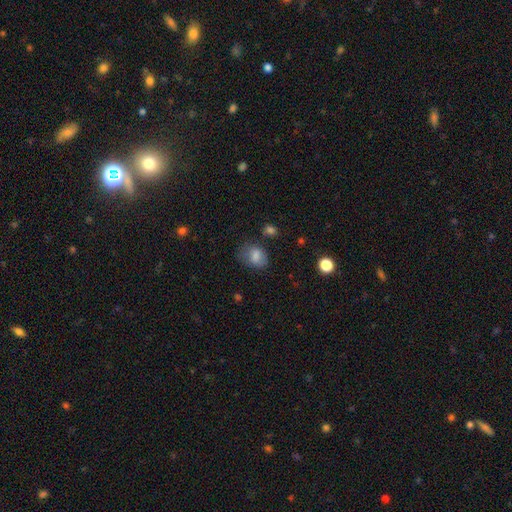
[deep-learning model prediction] A smooth galaxy with no disk features (78%) that is in between round and cigar-shaped (70%).

Vote fractions:
- Smooth or featured? smooth: 78% / featured or disk: 12% / star or artifact: 10%
- How rounded? in between: 70% / round: 29% / cigar-shaped: 1%
- Merging? none: 54% / minor disturbance: 27% / major disturbance: 14% / merger: 4%